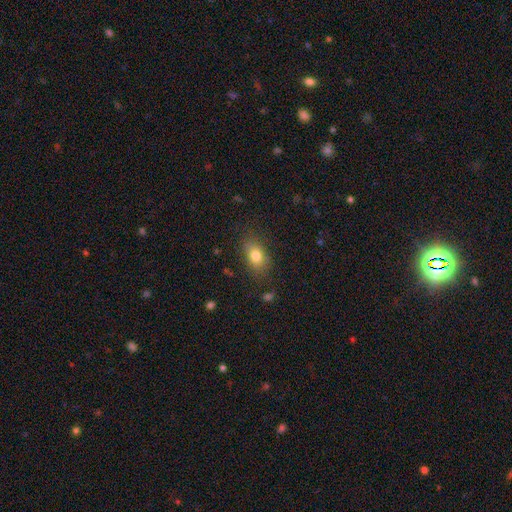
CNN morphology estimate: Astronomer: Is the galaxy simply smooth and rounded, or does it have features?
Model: smooth — 79%.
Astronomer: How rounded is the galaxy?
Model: in between — 81%.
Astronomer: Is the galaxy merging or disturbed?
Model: none — 80%.